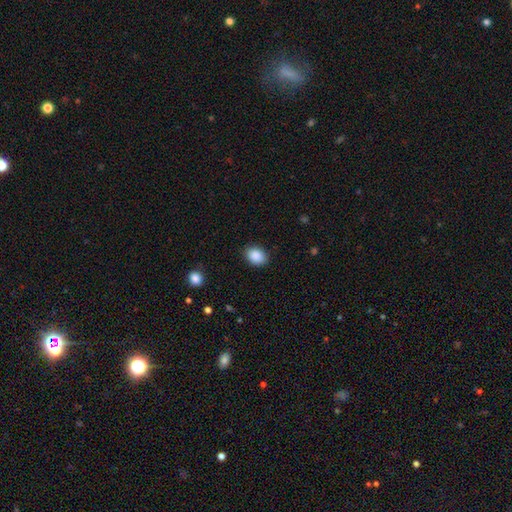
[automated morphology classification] smooth 89%, star or artifact 8%, featured or disk 3%. Down the decision tree: how rounded — in between (67%); merging — none (87%).